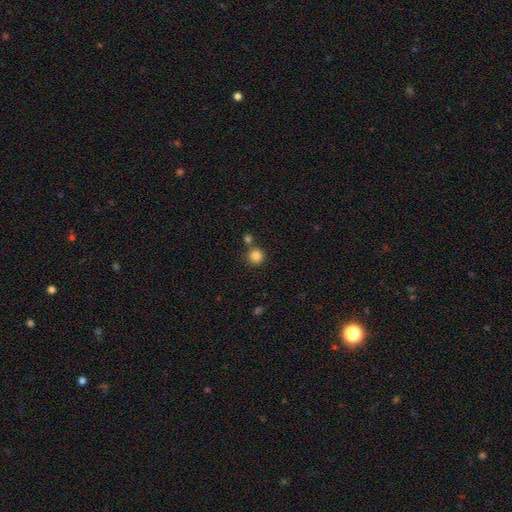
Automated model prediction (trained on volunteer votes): smooth_or_featured: smooth (p=0.85) [alt: star or artifact p=0.11]
how_rounded: round (p=0.93) [alt: in between p=0.06]
merging: none (p=0.72) [alt: merger p=0.17]